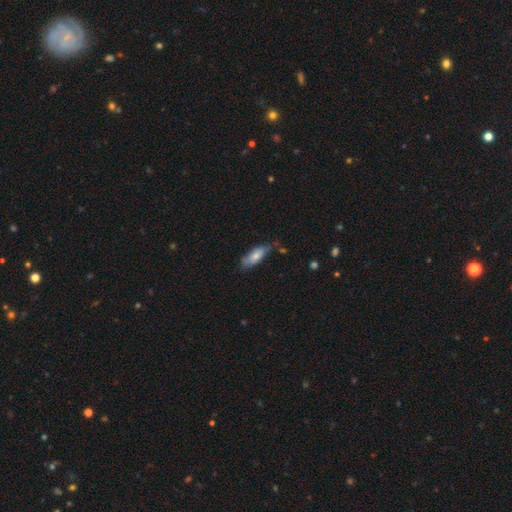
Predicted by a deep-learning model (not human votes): Smooth or featured? smooth (70%)
How rounded? in between (66%)
Merging? none (58%)